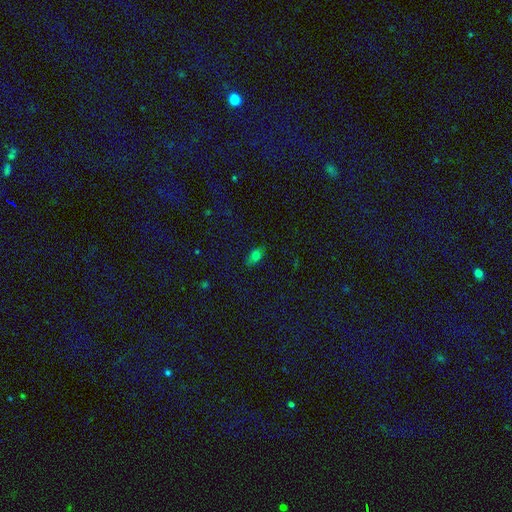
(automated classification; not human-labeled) Smooth or featured: smooth — 73% (star or artifact — 14%)
How rounded: in between — 85% (round — 9%)
Merging: none — 84% (minor disturbance — 12%)